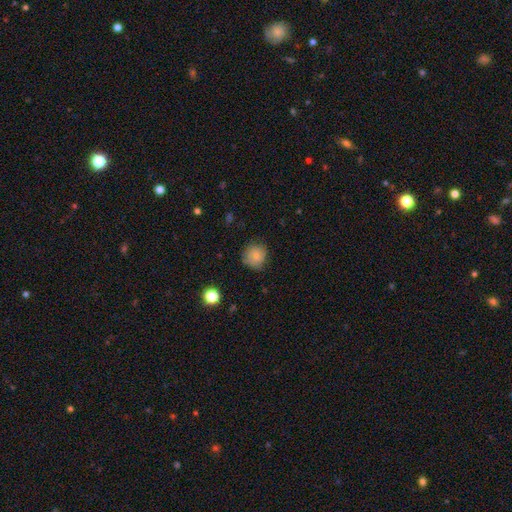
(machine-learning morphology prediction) Smooth or featured?
  - smooth: 79% *
  - featured or disk: 11%
  - star or artifact: 9%
How rounded?
  - round: 87% *
  - in between: 12%
  - cigar-shaped: 1%
Merging?
  - none: 74% *
  - minor disturbance: 21%
  - major disturbance: 5%
  - merger: 1%